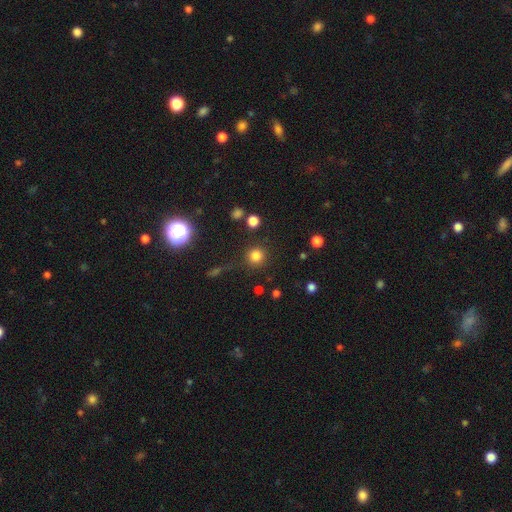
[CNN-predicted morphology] This appears to be a smooth galaxy with no disk features (80%) that is round (93%). Merging: none (86%).